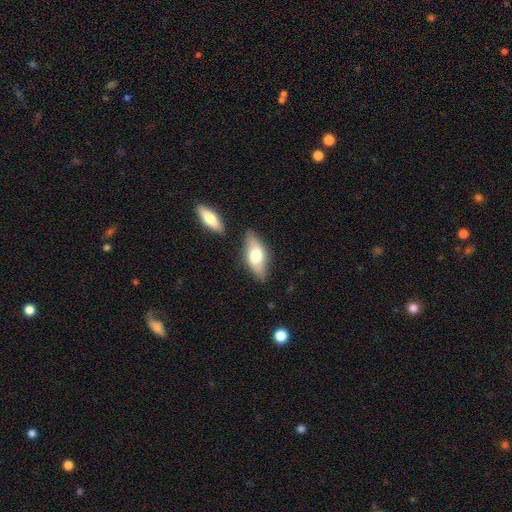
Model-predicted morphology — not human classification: Smooth or featured? Predicted: smooth (p=0.64). How rounded? Predicted: in between (p=0.77). Merging? Predicted: none (p=0.77).